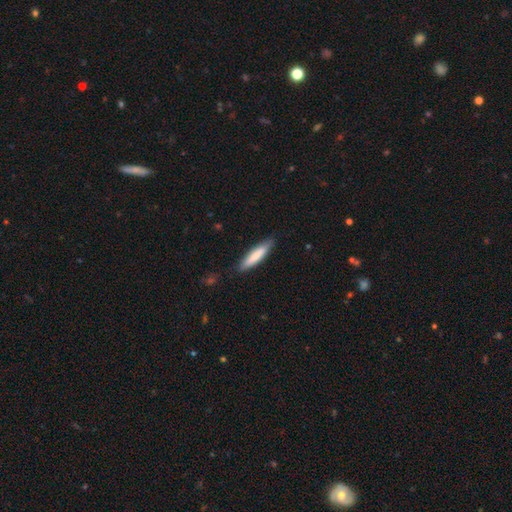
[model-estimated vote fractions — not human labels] Morphology: type=smooth (79%); roundness=cigar-shaped (83%); merging=none (85%).